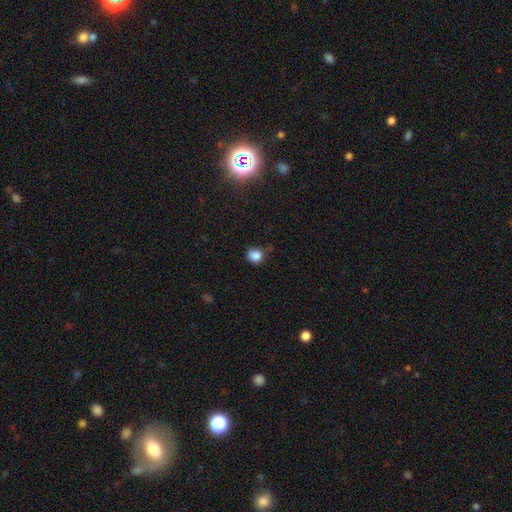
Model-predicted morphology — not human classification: A smooth galaxy with no disk features (82%) that is round (76%). Merging: none (55%).